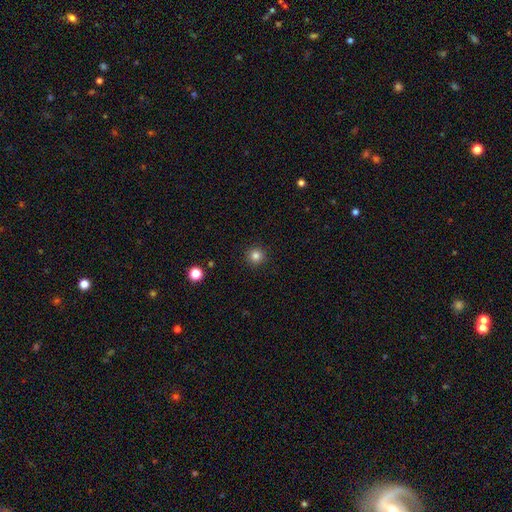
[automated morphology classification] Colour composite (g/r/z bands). It shows a smooth galaxy with no disk features (82%) that is round (95%). Merging: none (92%).